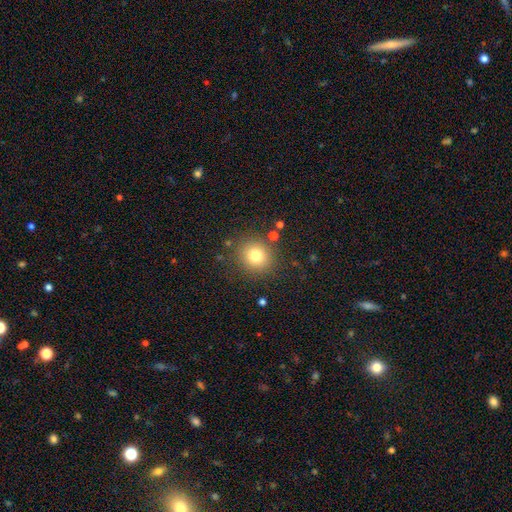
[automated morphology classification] smooth-or-featured: smooth: 77% | star or artifact: 14% | featured or disk: 9%
  how-rounded: round: 90% | in between: 10% | cigar-shaped: 1%
  merging: none: 86% | minor disturbance: 8% | major disturbance: 4% | merger: 3%